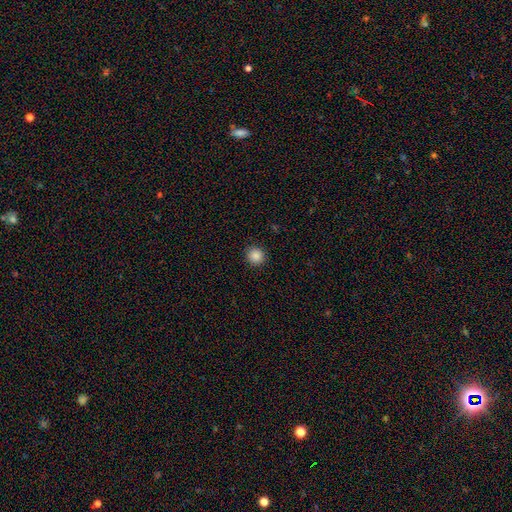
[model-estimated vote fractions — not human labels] The model was most divided on "smooth or featured": smooth: 87%, star or artifact: 10%, featured or disk: 3%. More confident: how rounded — round (94%); merging — none (91%).